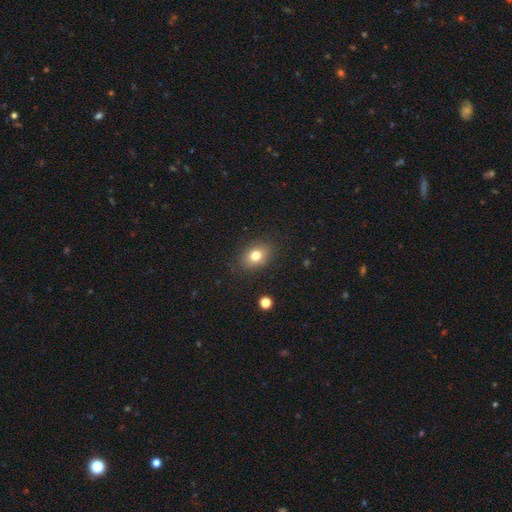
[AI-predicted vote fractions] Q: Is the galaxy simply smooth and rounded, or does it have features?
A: smooth — 77%.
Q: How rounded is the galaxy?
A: in between — 67%.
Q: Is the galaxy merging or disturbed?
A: none — 86%.